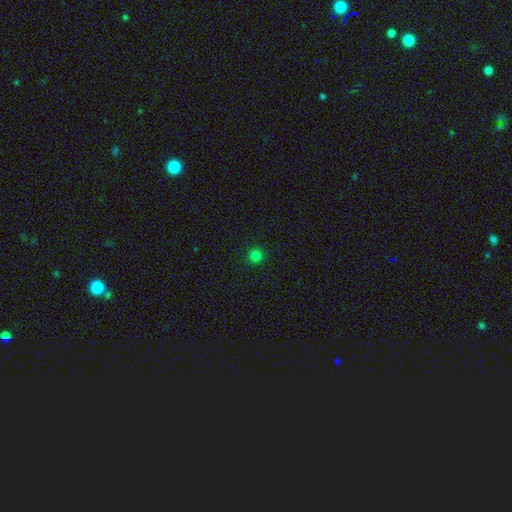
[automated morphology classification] This appears to be a smooth galaxy with no disk features (80%) that is round (95%). Merging: none (93%).